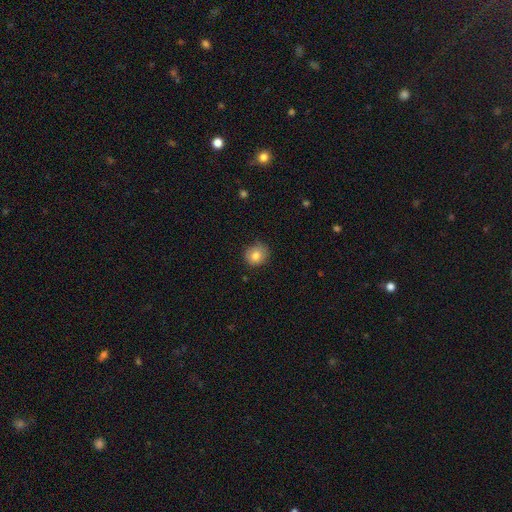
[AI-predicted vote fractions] Overall: smooth (80%). How rounded: round (82%). Merging: none (77%).